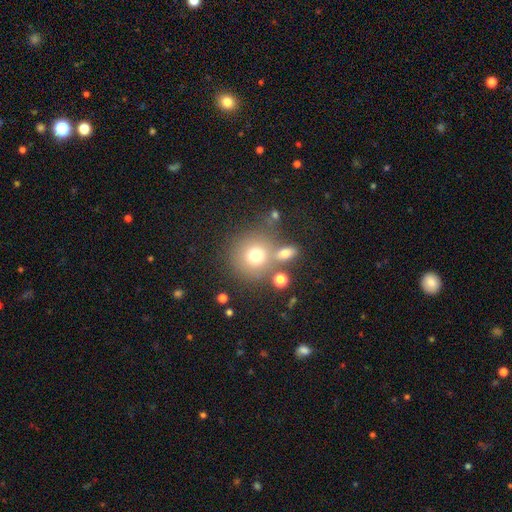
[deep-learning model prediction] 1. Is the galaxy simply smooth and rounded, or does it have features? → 72% smooth, 15% featured or disk, 14% star or artifact.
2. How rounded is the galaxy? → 90% round, 9% in between, 1% cigar-shaped.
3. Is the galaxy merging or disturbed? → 61% none, 21% merger, 12% minor disturbance, 6% major disturbance.